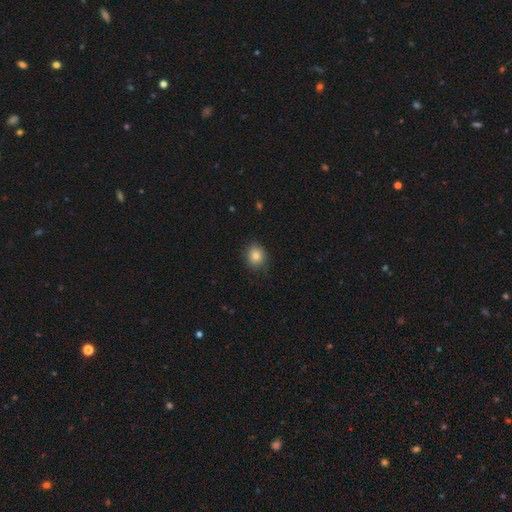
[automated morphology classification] Smooth or featured: smooth — 83% (star or artifact — 10%)
How rounded: round — 77% (in between — 22%)
Merging: none — 84% (minor disturbance — 12%)